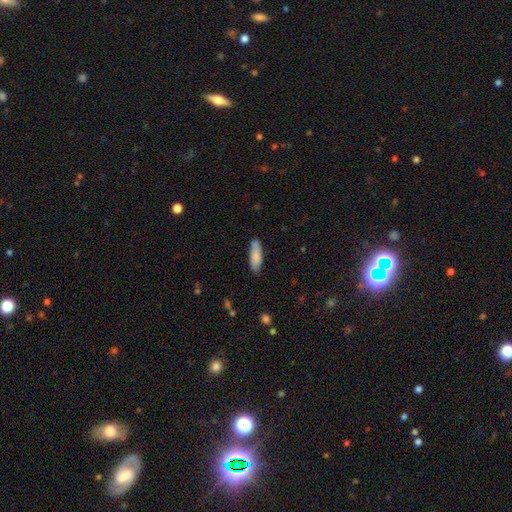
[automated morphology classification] A smooth galaxy with no disk features (85%) that is in between round and cigar-shaped (52%). Merging: none (82%).